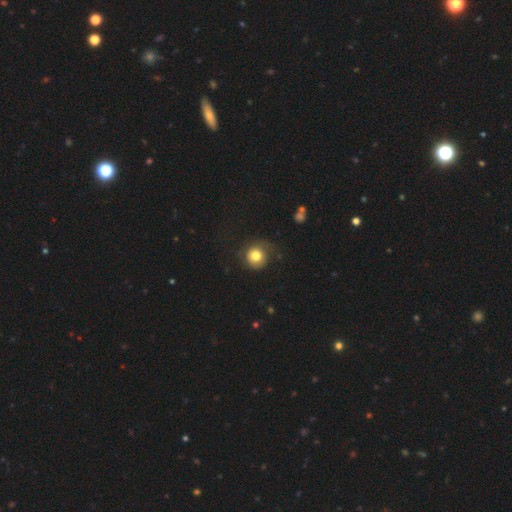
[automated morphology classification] smooth-or-featured: smooth: 80% | featured or disk: 11% | star or artifact: 10%
  how-rounded: round: 90% | in between: 9% | cigar-shaped: 1%
  merging: none: 68% | minor disturbance: 20% | major disturbance: 11% | merger: 2%